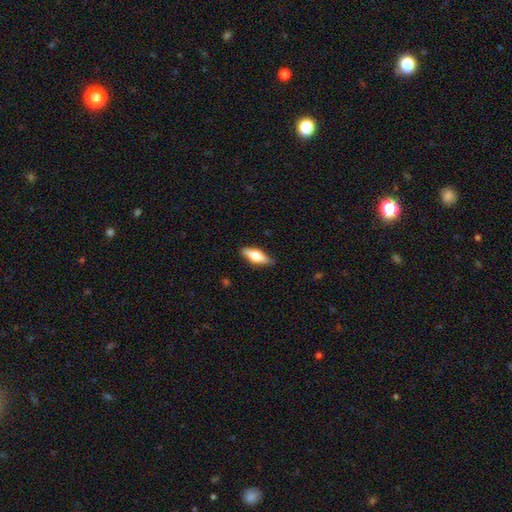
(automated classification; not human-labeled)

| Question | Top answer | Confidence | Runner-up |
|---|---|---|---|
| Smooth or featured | smooth | 55% | featured or disk (39%) |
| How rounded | in between | 61% | cigar-shaped (36%) |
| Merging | none | 86% | minor disturbance (11%) |